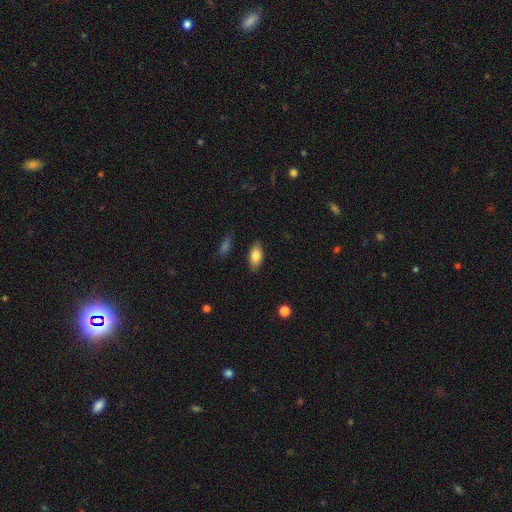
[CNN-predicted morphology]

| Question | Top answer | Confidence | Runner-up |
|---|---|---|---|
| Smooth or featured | smooth | 81% | featured or disk (12%) |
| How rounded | in between | 90% | cigar-shaped (6%) |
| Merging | none | 85% | minor disturbance (11%) |